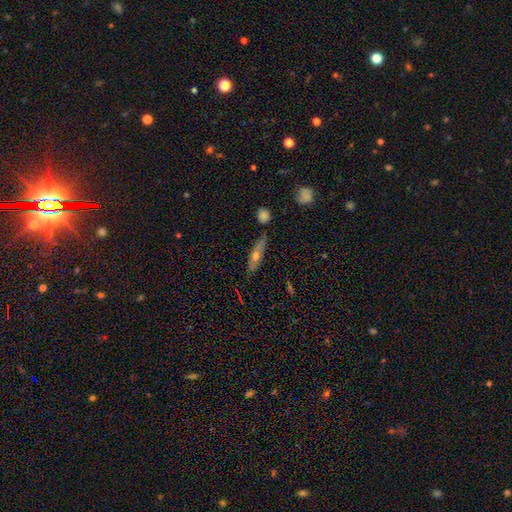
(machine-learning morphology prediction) smooth_or_featured: smooth (p=0.47) [alt: featured or disk p=0.44]
merging: none (p=0.76) [alt: minor disturbance p=0.17]